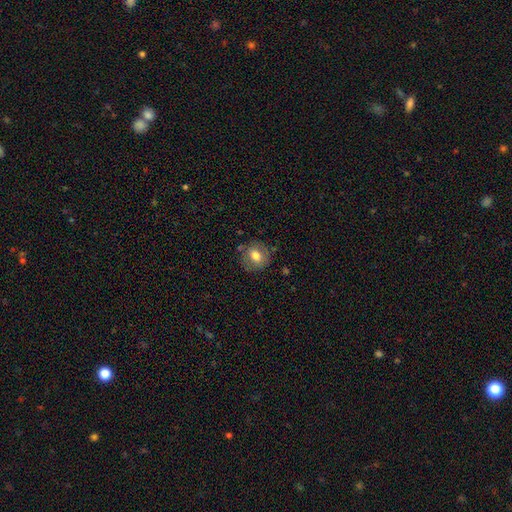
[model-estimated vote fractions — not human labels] Smooth or featured: smooth — 74% (featured or disk — 17%)
How rounded: round — 82% (in between — 17%)
Merging: none — 80% (minor disturbance — 14%)